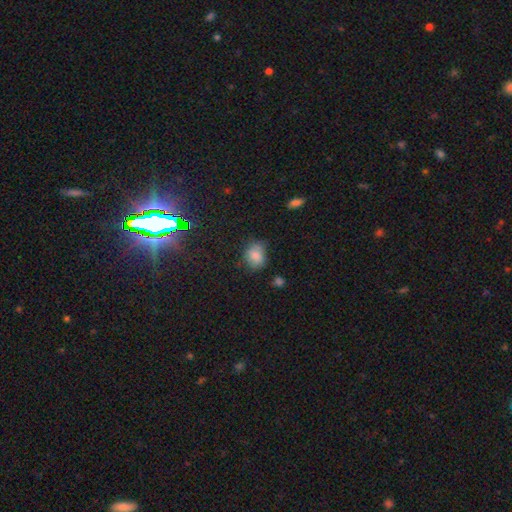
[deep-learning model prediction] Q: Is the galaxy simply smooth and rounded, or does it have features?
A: smooth — 80%.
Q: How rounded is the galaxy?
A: in between — 52%.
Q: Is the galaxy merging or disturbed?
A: none — 63%.